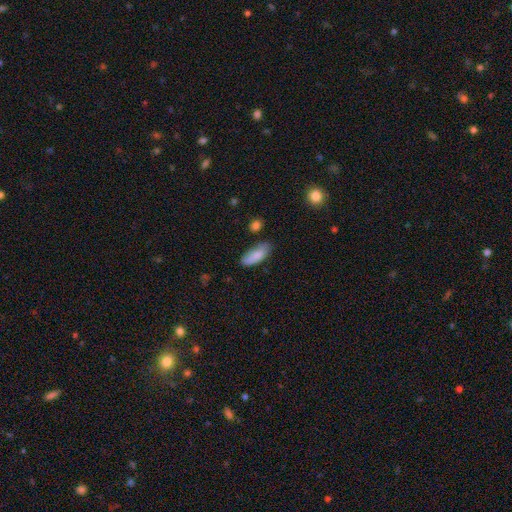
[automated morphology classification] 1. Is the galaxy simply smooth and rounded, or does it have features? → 85% smooth, 9% featured or disk, 6% star or artifact.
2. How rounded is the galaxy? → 77% in between, 21% cigar-shaped, 2% round.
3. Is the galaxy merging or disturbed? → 70% none, 22% minor disturbance, 4% major disturbance, 4% merger.